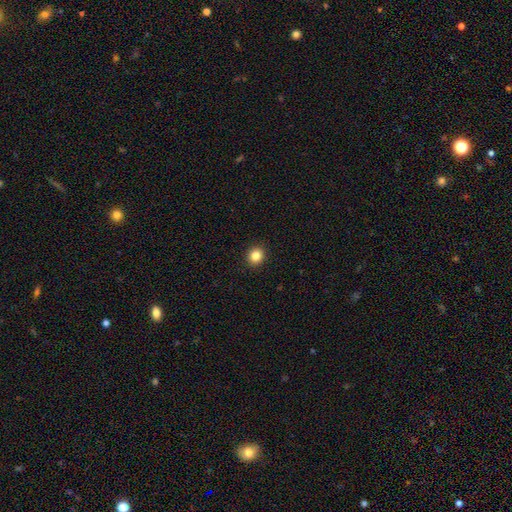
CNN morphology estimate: smooth-or-featured: smooth: 84% | star or artifact: 11% | featured or disk: 4%
  how-rounded: round: 87% | in between: 12% | cigar-shaped: 1%
  merging: none: 93% | minor disturbance: 5% | major disturbance: 2% | merger: 1%